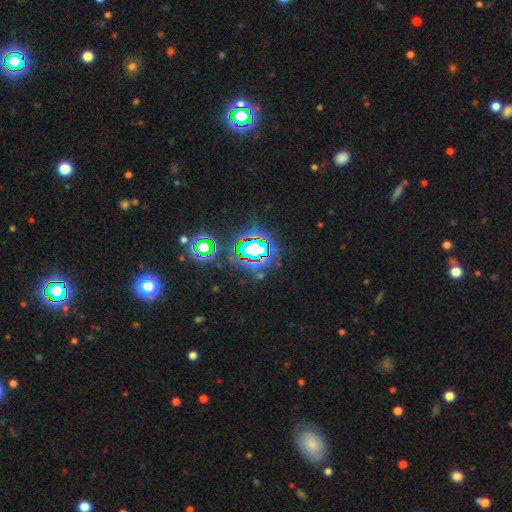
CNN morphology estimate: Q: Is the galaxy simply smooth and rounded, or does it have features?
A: star or artifact — 69%.